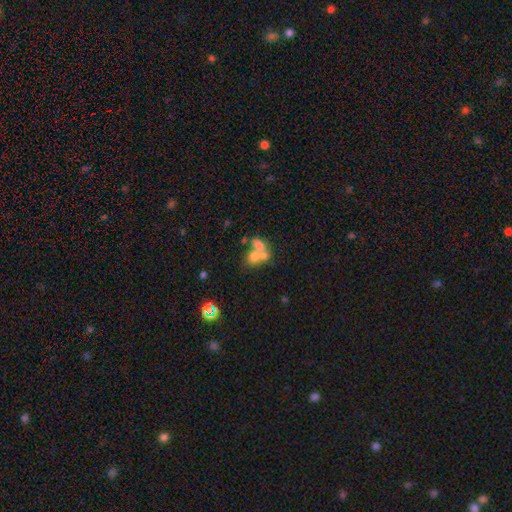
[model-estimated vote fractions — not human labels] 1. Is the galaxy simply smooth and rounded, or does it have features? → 61% smooth, 25% featured or disk, 14% star or artifact.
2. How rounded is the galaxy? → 59% in between, 38% round, 2% cigar-shaped.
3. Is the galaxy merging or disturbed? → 63% merger, 23% none, 7% minor disturbance, 7% major disturbance.